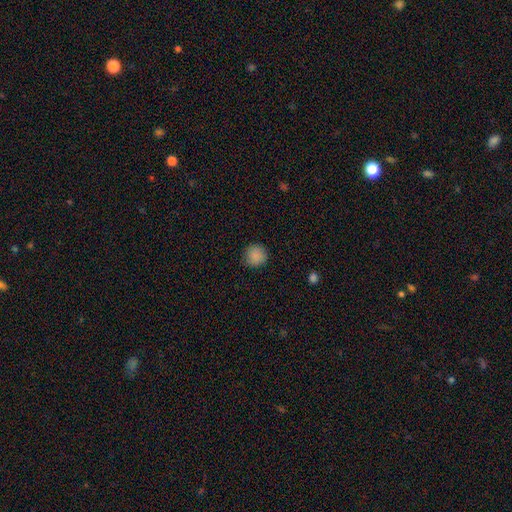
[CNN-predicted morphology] type=smooth (87%); roundness=round (92%); merging=none (87%).